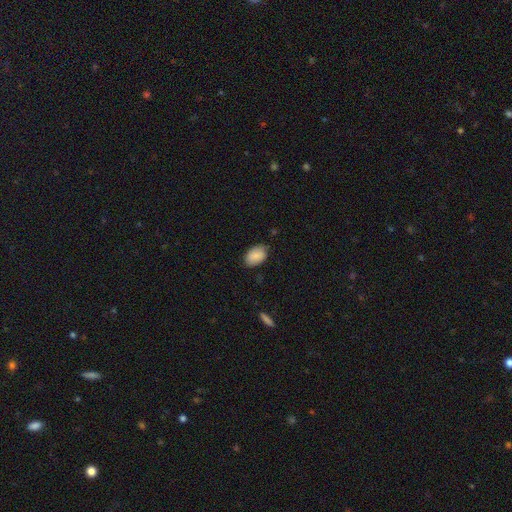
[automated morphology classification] Smooth or featured?
  - smooth: 85% *
  - featured or disk: 8%
  - star or artifact: 7%
How rounded?
  - in between: 90% *
  - round: 9%
  - cigar-shaped: 1%
Merging?
  - none: 73% *
  - minor disturbance: 22%
  - major disturbance: 4%
  - merger: 1%